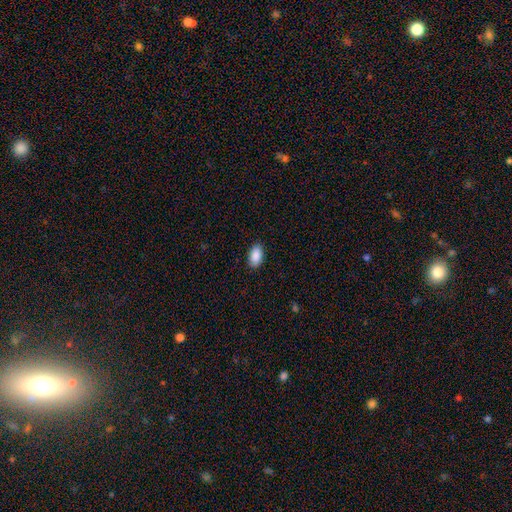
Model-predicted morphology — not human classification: A smooth galaxy with no disk features (90%) that is in between round and cigar-shaped (94%). Merging: none (89%).